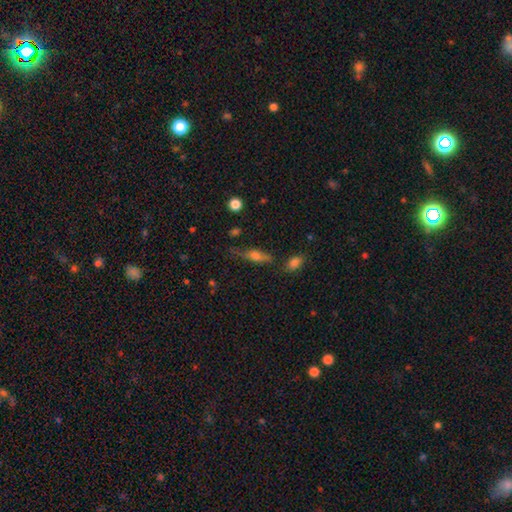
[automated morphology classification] Smooth or featured? Predicted: smooth (p=0.50). Merging? Predicted: none (p=0.62).